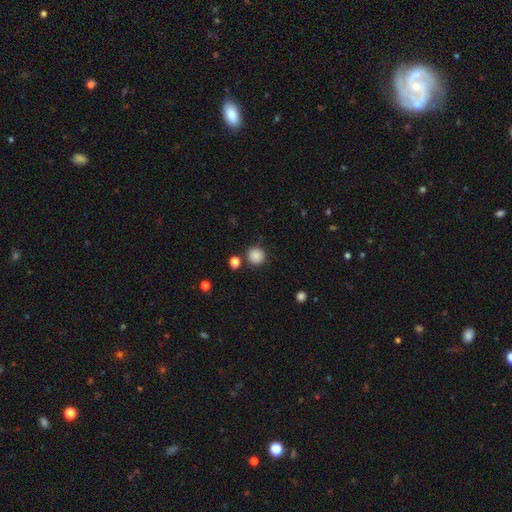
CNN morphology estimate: Overall: smooth (87%). How rounded: round (93%). Merging: none (84%).